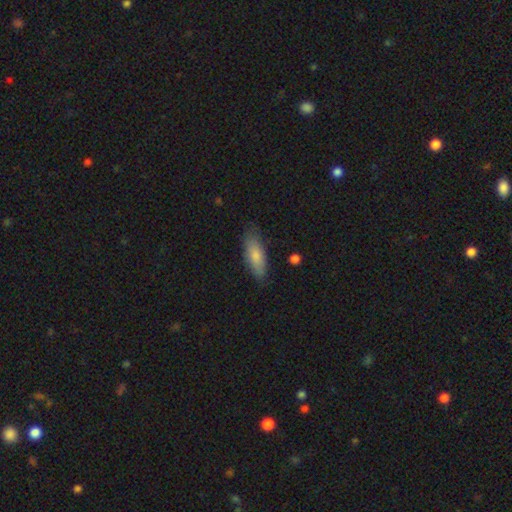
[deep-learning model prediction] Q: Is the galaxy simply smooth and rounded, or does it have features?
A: smooth — 80%.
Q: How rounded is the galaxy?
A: in between — 68%.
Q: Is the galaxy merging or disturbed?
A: none — 77%.